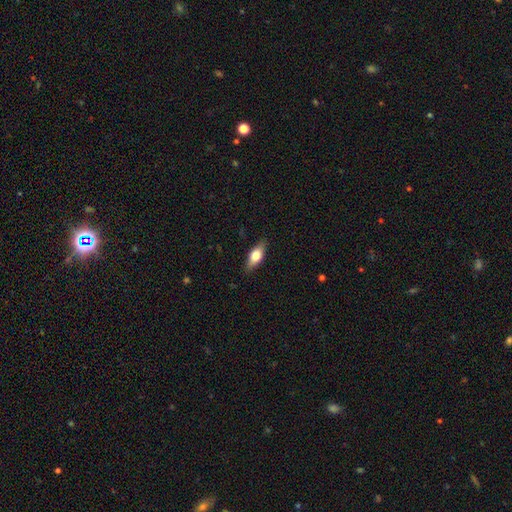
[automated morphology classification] Q: Smooth or featured?
A: smooth (57%); runner-up: featured or disk (36%)
Q: How rounded?
A: in between (70%); runner-up: cigar-shaped (25%)
Q: Merging?
A: none (86%); runner-up: minor disturbance (11%)